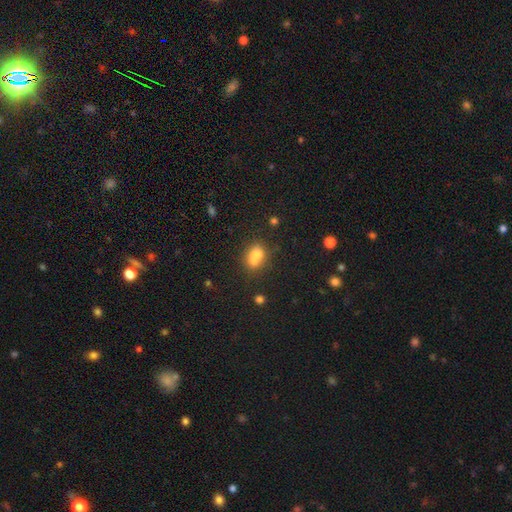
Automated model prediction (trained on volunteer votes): smooth_or_featured: smooth (p=0.67) [alt: featured or disk p=0.20]
how_rounded: round (p=0.53) [alt: in between p=0.45]
merging: merger (p=0.60) [alt: none p=0.27]